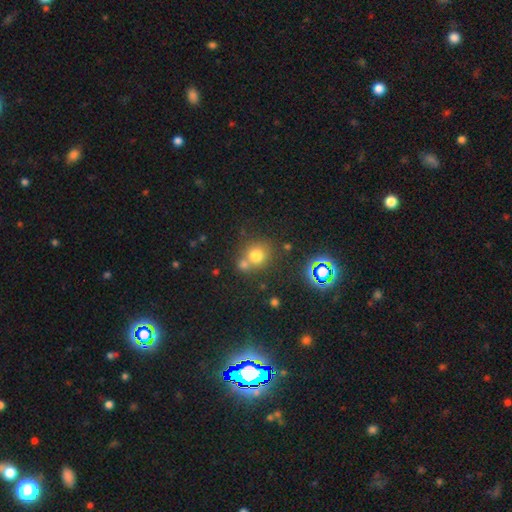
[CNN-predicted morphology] This appears to be a smooth galaxy with no disk features (73%) that is round (84%). Merging: none (52%).